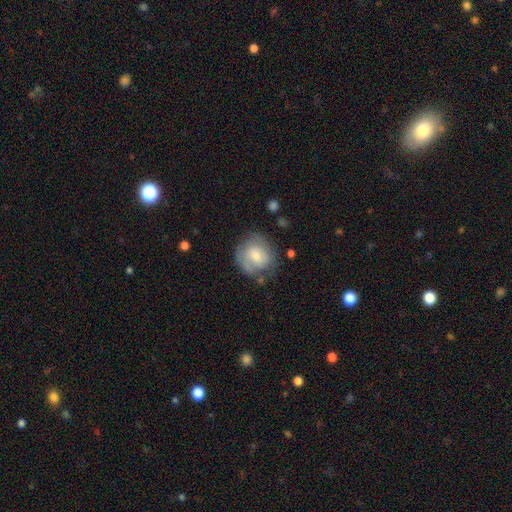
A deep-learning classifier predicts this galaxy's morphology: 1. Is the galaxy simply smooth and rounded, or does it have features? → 53% smooth, 40% featured or disk, 7% star or artifact.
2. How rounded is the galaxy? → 80% round, 19% in between, 1% cigar-shaped.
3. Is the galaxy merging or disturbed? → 62% none, 23% minor disturbance, 12% major disturbance, 3% merger.